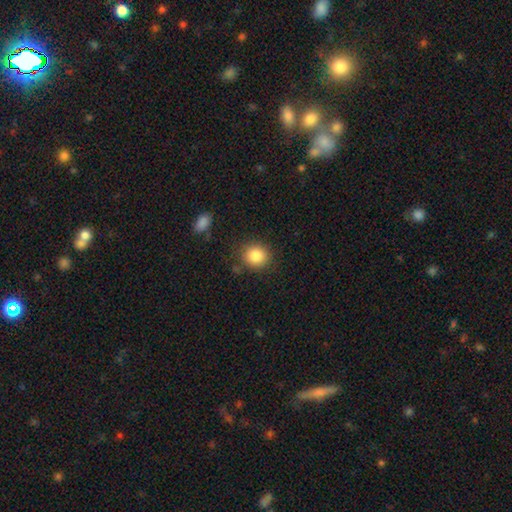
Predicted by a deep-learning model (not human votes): This appears to be a smooth galaxy with no disk features (85%) that is round (85%). Merging: none (84%).